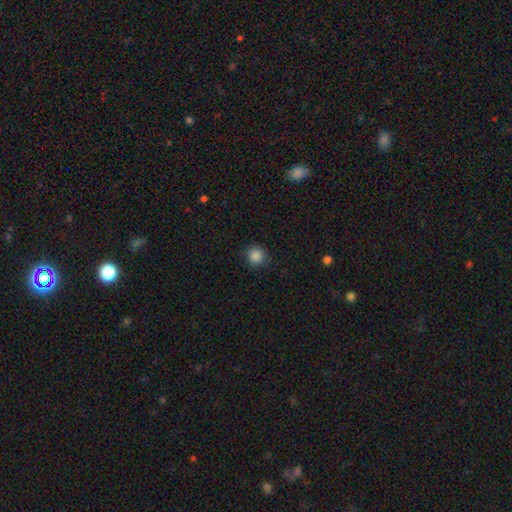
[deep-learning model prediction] smooth 87%, star or artifact 11%, featured or disk 3%. Down the decision tree: how rounded — round (92%); merging — none (88%).